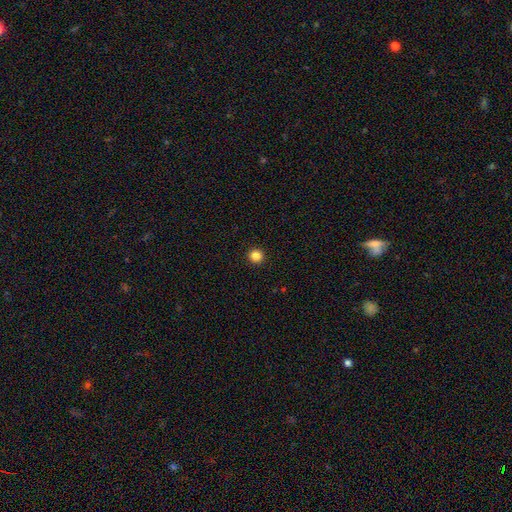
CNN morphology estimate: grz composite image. It shows a smooth galaxy with no disk features (85%) that is round (96%). Merging: none (94%).